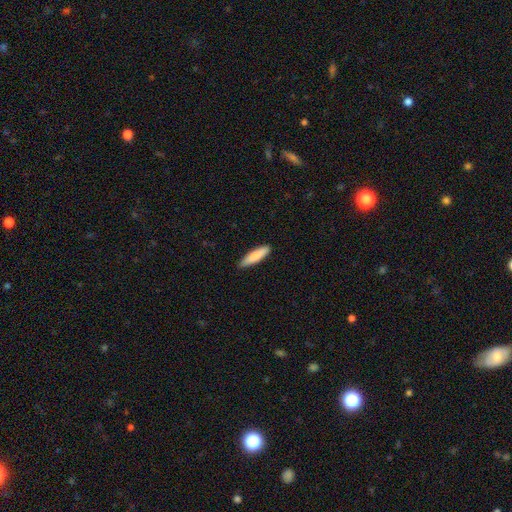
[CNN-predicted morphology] smooth 83%, featured or disk 11%, star or artifact 5%. Down the decision tree: how rounded — cigar-shaped (75%); merging — none (88%).